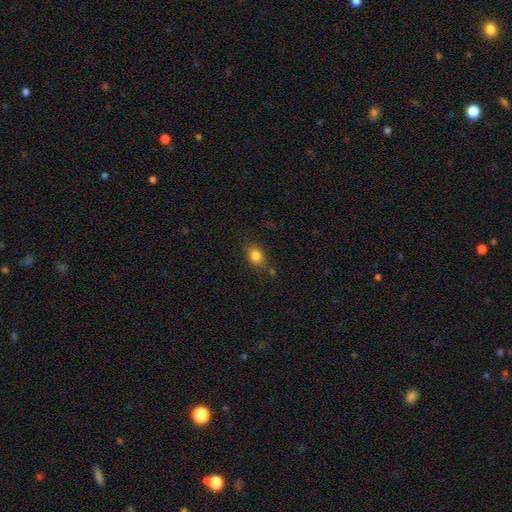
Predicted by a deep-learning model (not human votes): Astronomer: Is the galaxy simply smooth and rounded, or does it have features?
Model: smooth — 83%.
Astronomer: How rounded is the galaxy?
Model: in between — 64%.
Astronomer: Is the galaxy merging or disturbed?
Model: none — 76%.